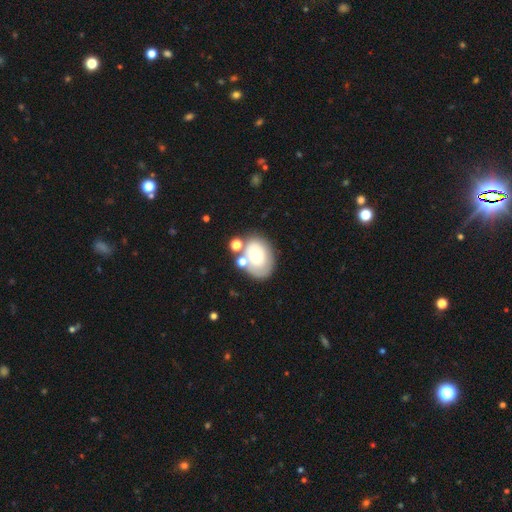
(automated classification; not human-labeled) A smooth galaxy with no disk features (52%) that is in between round and cigar-shaped (68%). Merging: none (57%).